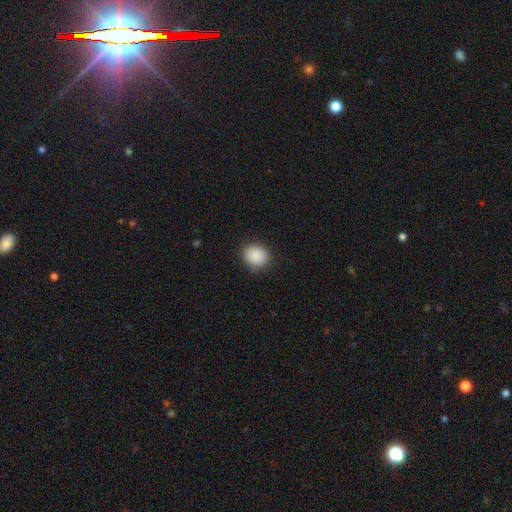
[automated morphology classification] Smooth or featured? Predicted: smooth (p=0.89). How rounded? Predicted: round (p=0.71). Merging? Predicted: none (p=0.88).